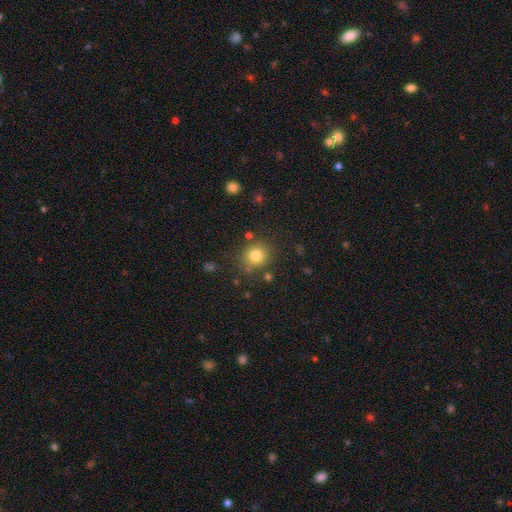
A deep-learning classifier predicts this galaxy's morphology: smooth-or-featured: smooth: 80% | star or artifact: 13% | featured or disk: 7%
  how-rounded: round: 83% | in between: 16% | cigar-shaped: 1%
  merging: none: 81% | minor disturbance: 10% | merger: 5% | major disturbance: 4%